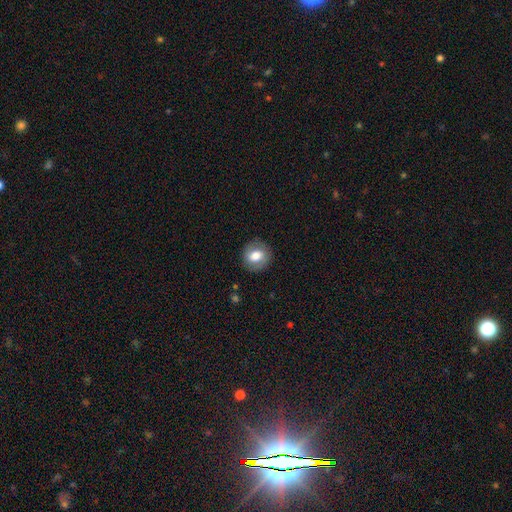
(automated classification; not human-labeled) Morphology: type=smooth (68%); roundness=round (78%); merging=none (86%).